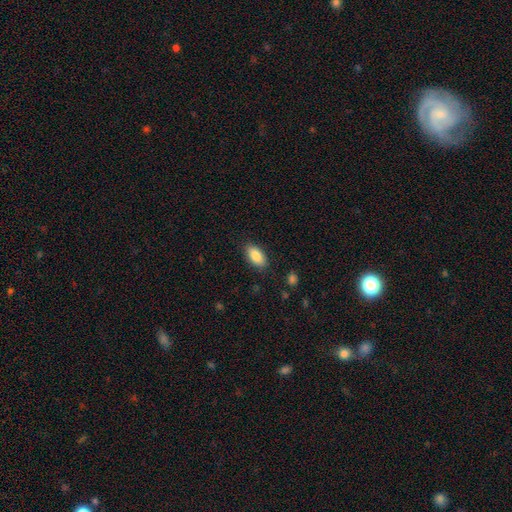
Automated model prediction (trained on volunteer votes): This is clearly a smooth galaxy (87%). How rounded: clearly in between (91%). Merging: clearly none (86%).